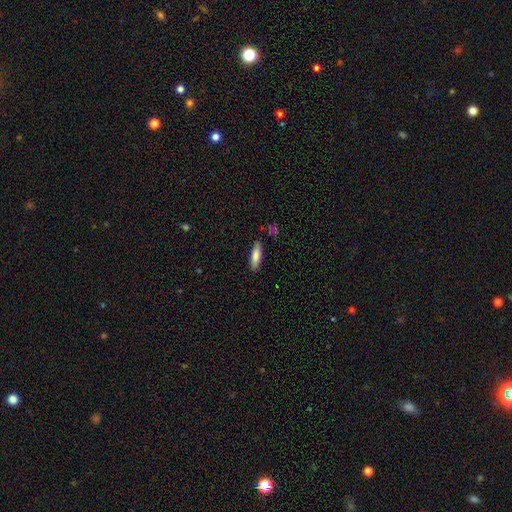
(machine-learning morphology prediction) A smooth galaxy with no disk features (80%) that is cigar-shaped (61%). Merging: none (85%).